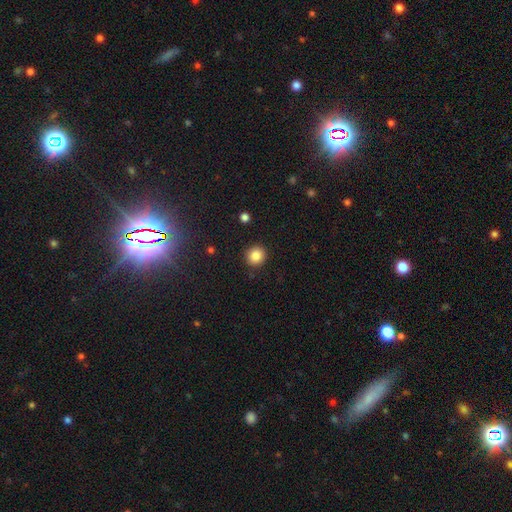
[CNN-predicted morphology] type=smooth (86%); roundness=round (88%); merging=none (90%).